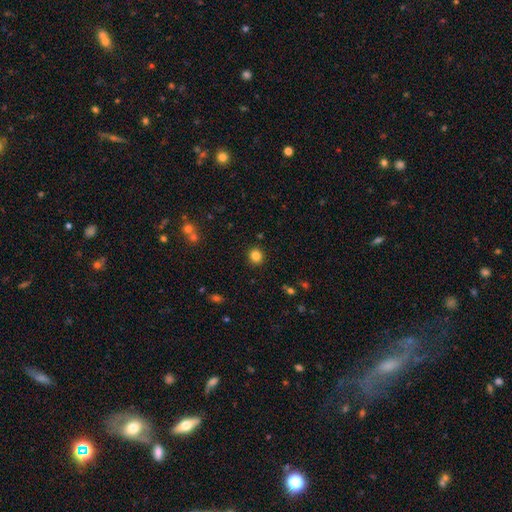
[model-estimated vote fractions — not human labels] Smooth or featured? smooth (84%)
How rounded? round (84%)
Merging? none (91%)